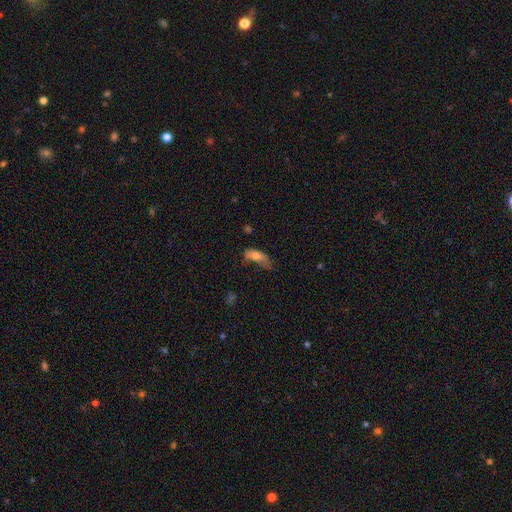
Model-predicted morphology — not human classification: Smooth or featured? Predicted: smooth (p=0.69). How rounded? Predicted: in between (p=0.77). Merging? Predicted: major disturbance (p=0.36).